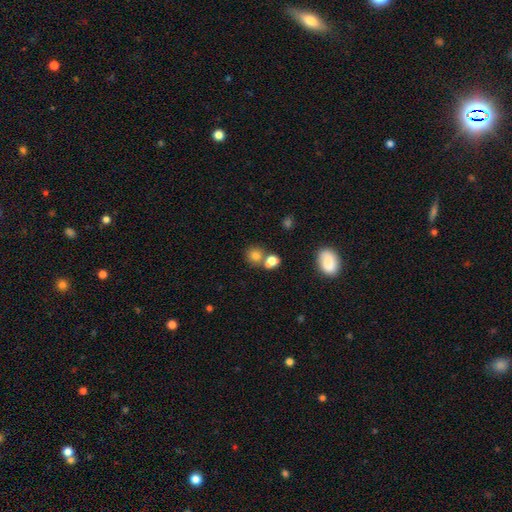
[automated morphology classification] Smooth or featured: smooth — 78% (star or artifact — 12%)
How rounded: round — 75% (in between — 24%)
Merging: none — 49% (merger — 39%)